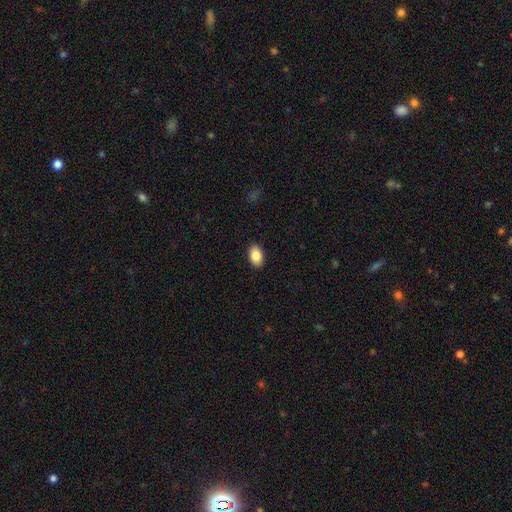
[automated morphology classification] This is clearly a smooth galaxy (85%). How rounded: clearly in between (89%). Merging: clearly none (90%).